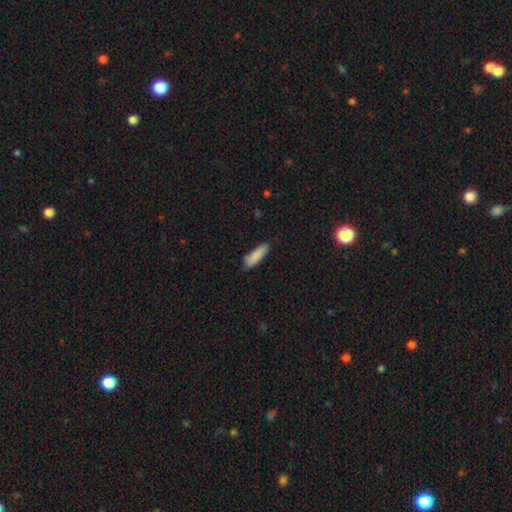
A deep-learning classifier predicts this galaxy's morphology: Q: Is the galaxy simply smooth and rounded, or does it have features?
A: smooth — 87%.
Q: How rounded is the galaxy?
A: cigar-shaped — 52%.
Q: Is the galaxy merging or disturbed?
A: none — 80%.